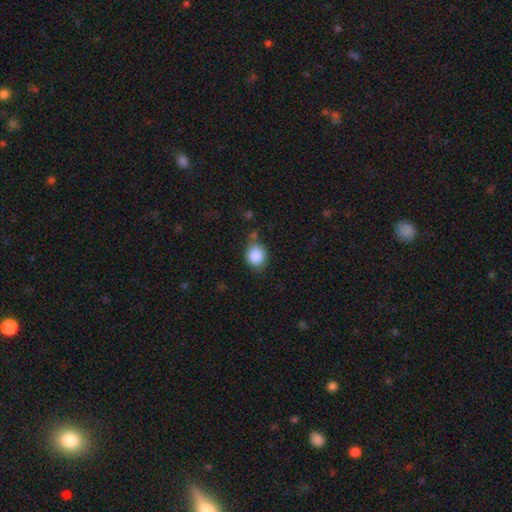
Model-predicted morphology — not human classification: This is clearly a smooth galaxy (86%). How rounded: likely round (73%). Merging: likely none (68%).